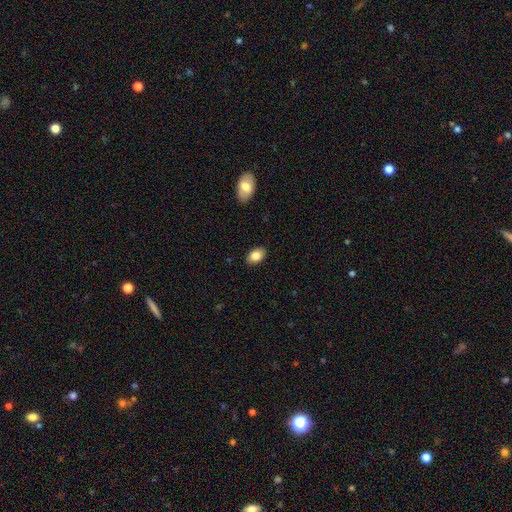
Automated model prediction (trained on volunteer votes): Smooth or featured? Predicted: smooth (p=0.84). How rounded? Predicted: in between (p=0.90). Merging? Predicted: none (p=0.88).